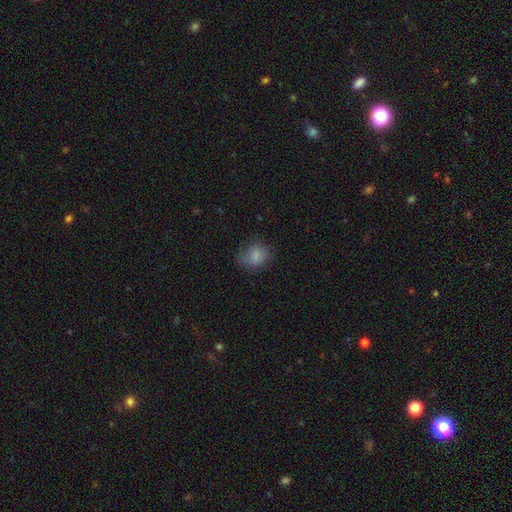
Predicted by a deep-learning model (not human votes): Smooth or featured?
  - smooth: 77% *
  - featured or disk: 13%
  - star or artifact: 10%
How rounded?
  - round: 52% *
  - in between: 47%
  - cigar-shaped: 1%
Merging?
  - none: 53% *
  - minor disturbance: 29%
  - major disturbance: 17%
  - merger: 2%